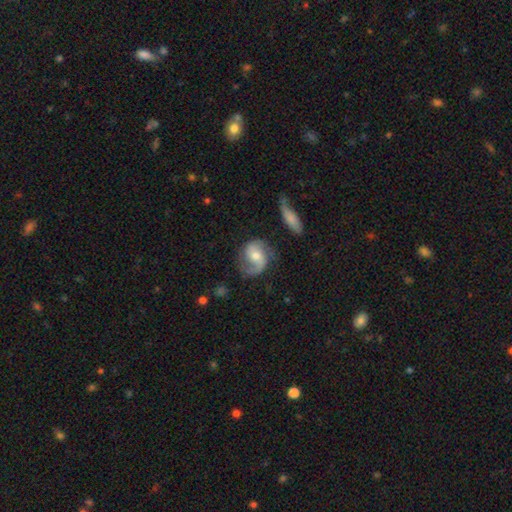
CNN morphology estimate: This is likely a featured or disk galaxy (80%). It is clearly not viewed edge-on (97%). Bar: possibly no (51%). Spiral arm pattern: clearly yes (95%). Spiral arm count: clearly 2 (81%). Spiral winding: possibly medium (48%). Central bulge: possibly moderate (55%). Merging: likely none (67%).